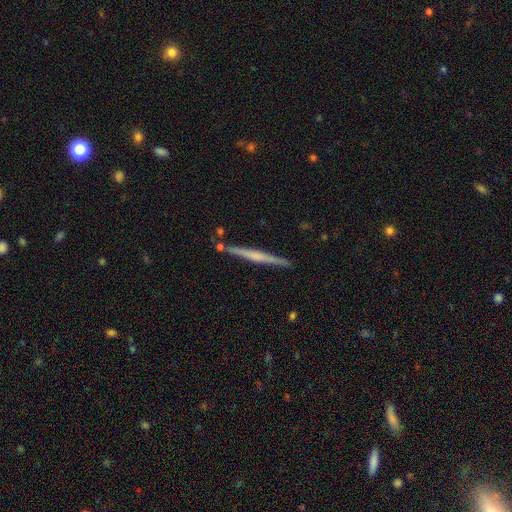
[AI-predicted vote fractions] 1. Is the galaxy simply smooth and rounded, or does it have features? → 62% featured or disk, 33% smooth, 6% star or artifact.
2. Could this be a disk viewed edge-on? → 98% yes, 2% no.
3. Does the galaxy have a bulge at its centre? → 50% none, 35% rounded, 15% boxy.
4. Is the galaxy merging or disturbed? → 88% none, 8% minor disturbance, 2% merger, 2% major disturbance.